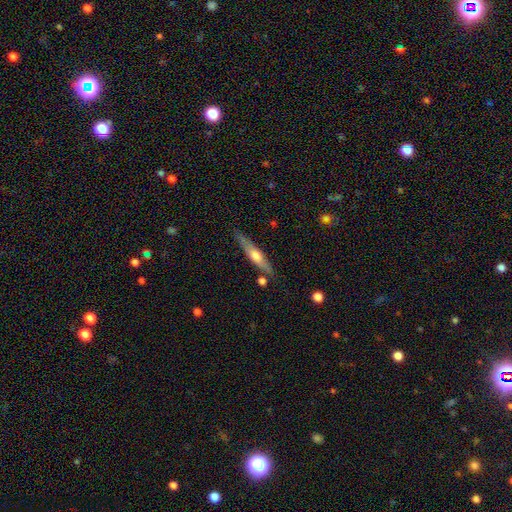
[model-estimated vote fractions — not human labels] A featured or disk galaxy (60%) viewed edge-on (94%) with a rounded central bulge (87%). Merging: none (79%).